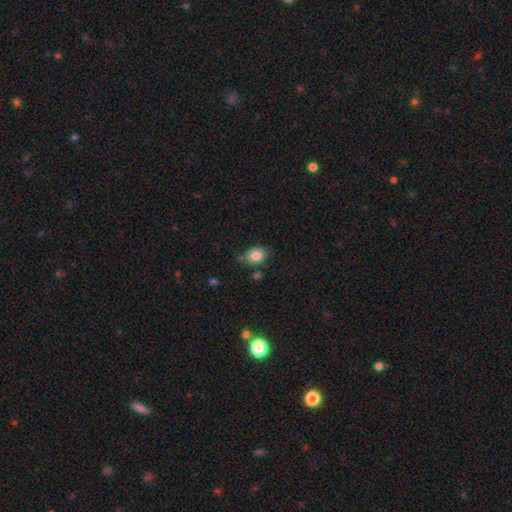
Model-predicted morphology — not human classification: Smooth or featured? smooth (83%)
How rounded? in between (55%)
Merging? none (69%)